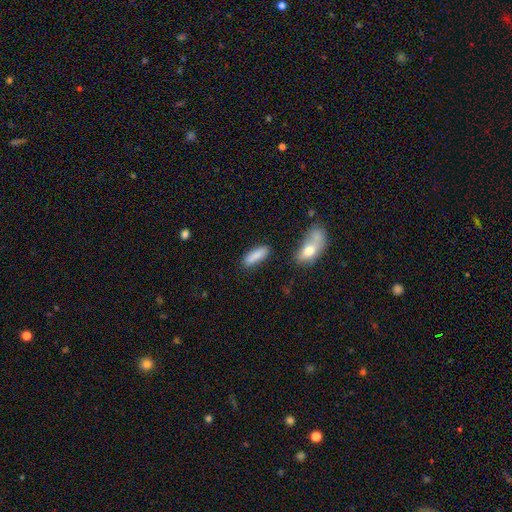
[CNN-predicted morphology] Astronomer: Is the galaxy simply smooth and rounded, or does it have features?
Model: smooth — 86%.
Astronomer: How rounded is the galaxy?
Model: in between — 53% (runner-up: cigar-shaped, 45%).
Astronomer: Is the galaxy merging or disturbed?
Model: none — 79%.